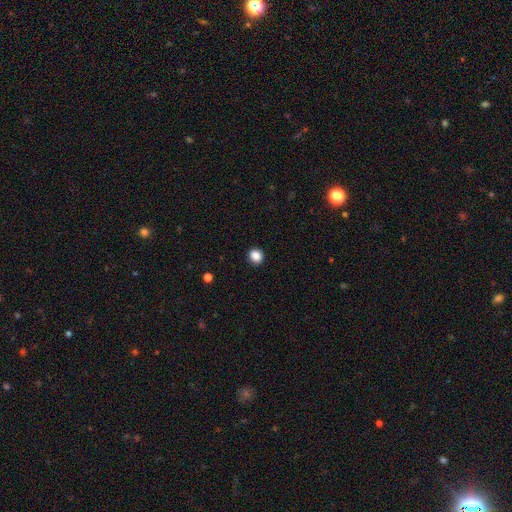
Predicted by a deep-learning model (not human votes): A smooth galaxy with no disk features (88%) that is round (71%). Merging: none (91%).